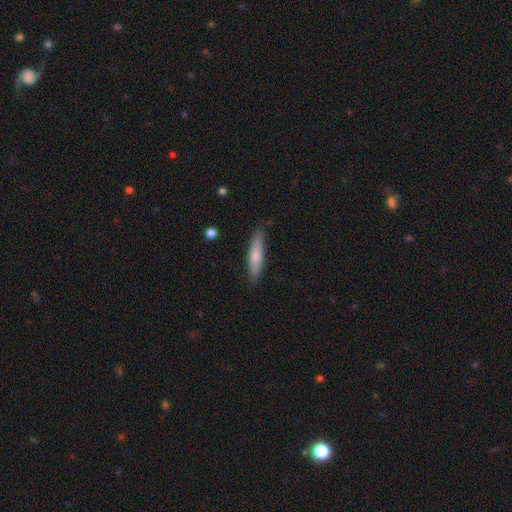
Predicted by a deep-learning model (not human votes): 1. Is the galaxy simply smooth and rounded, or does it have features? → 68% smooth, 26% featured or disk, 5% star or artifact.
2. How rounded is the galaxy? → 86% cigar-shaped, 12% in between, 1% round.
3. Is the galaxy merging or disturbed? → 85% none, 12% minor disturbance, 2% major disturbance, 1% merger.